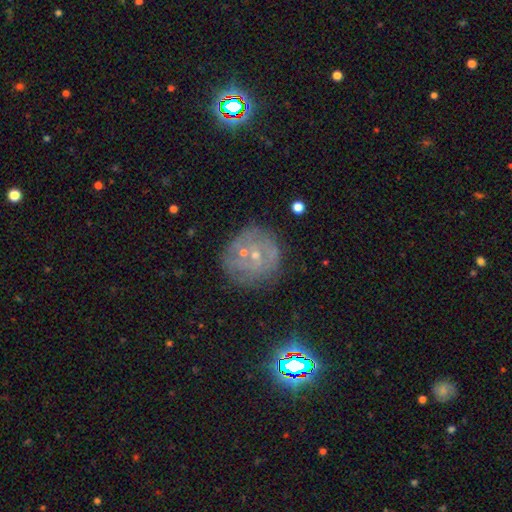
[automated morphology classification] smooth_or_featured: featured or disk (p=0.56) [alt: smooth p=0.26]
disk_edge_on: no (p=0.97) [alt: yes p=0.03]
bar: no (p=0.66) [alt: weak p=0.27]
has_spiral_arms: yes (p=0.61) [alt: no p=0.39]
bulge_size: small (p=0.74) [alt: moderate p=0.20]
merging: none (p=0.71) [alt: minor disturbance p=0.14]